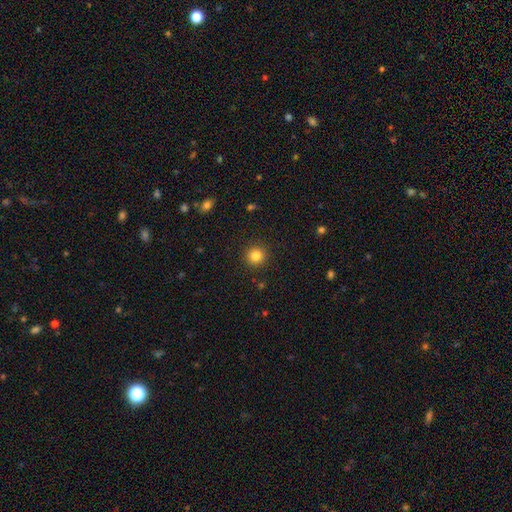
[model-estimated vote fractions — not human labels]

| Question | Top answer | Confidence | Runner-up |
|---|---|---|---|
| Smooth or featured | smooth | 83% | star or artifact (11%) |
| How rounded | round | 94% | in between (5%) |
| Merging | none | 91% | minor disturbance (5%) |